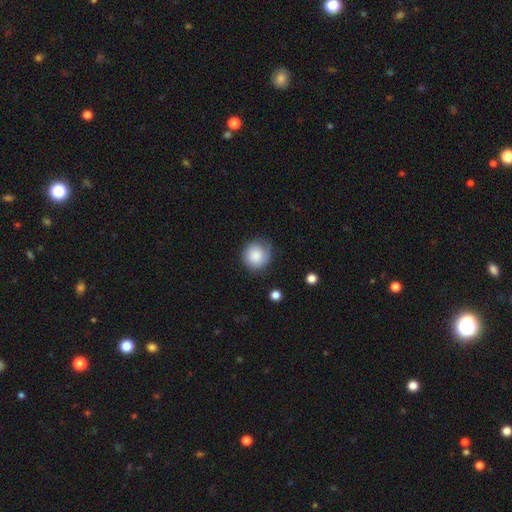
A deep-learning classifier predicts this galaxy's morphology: smooth_or_featured: smooth (p=0.81) [alt: featured or disk p=0.11]
how_rounded: round (p=0.89) [alt: in between p=0.10]
merging: none (p=0.69) [alt: minor disturbance p=0.22]